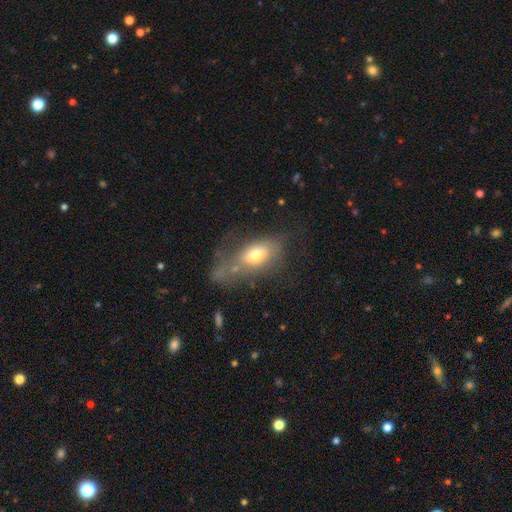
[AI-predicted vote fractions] A smooth galaxy with no disk features (64%) that is in between round and cigar-shaped (82%).

Vote fractions:
- Smooth or featured? smooth: 64% / featured or disk: 26% / star or artifact: 10%
- How rounded? in between: 82% / round: 14% / cigar-shaped: 4%
- Merging? major disturbance: 38% / none: 28% / minor disturbance: 21% / merger: 12%